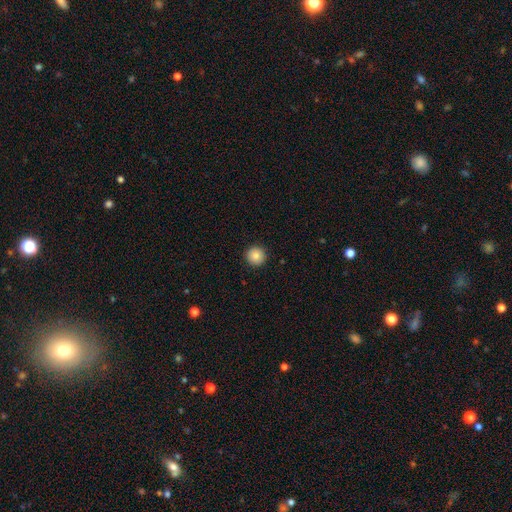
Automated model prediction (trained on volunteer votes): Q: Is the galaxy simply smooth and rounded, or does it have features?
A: smooth — 85%.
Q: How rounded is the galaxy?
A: round — 96%.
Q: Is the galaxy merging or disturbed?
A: none — 93%.